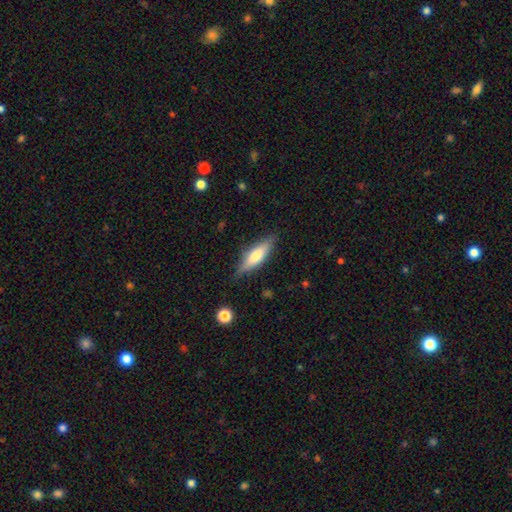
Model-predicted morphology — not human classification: A smooth galaxy with no disk features (57%) that is cigar-shaped (60%).

Vote fractions:
- Smooth or featured? smooth: 57% / featured or disk: 37% / star or artifact: 6%
- How rounded? cigar-shaped: 60% / in between: 38% / round: 2%
- Merging? none: 81% / minor disturbance: 15% / major disturbance: 3% / merger: 2%